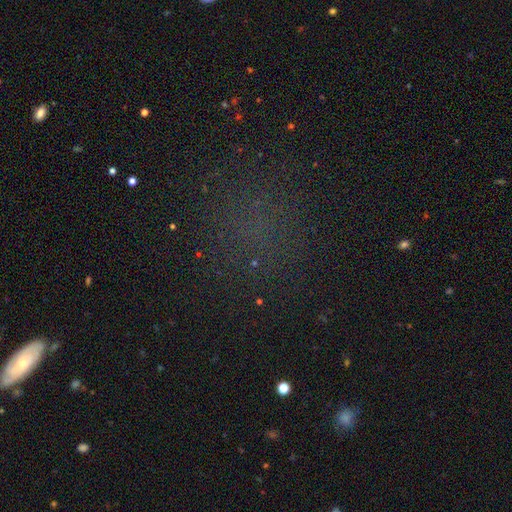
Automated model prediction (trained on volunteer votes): Smooth or featured? star or artifact (49%)